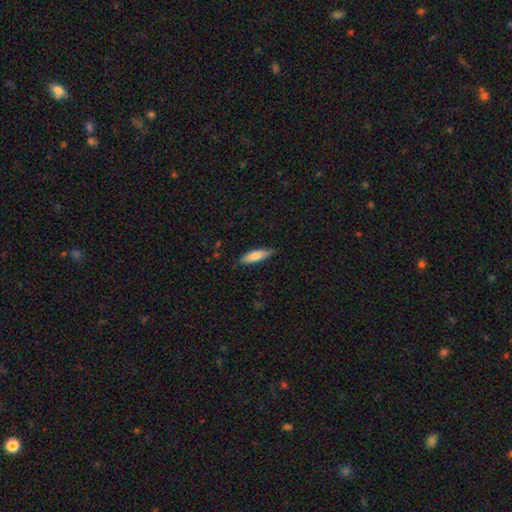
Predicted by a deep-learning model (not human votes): This appears to be a smooth galaxy with no disk features (76%) that is cigar-shaped (63%). Merging: none (84%).